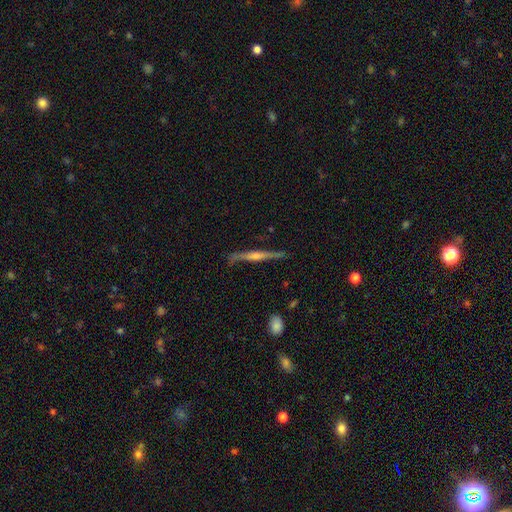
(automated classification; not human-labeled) smooth-or-featured: featured or disk: 80% | smooth: 14% | star or artifact: 6%
  disk-edge-on: yes: 97% | no: 3%
    edge-on-bulge: rounded: 81% | none: 11% | boxy: 8%
  merging: none: 85% | minor disturbance: 11% | major disturbance: 2% | merger: 2%